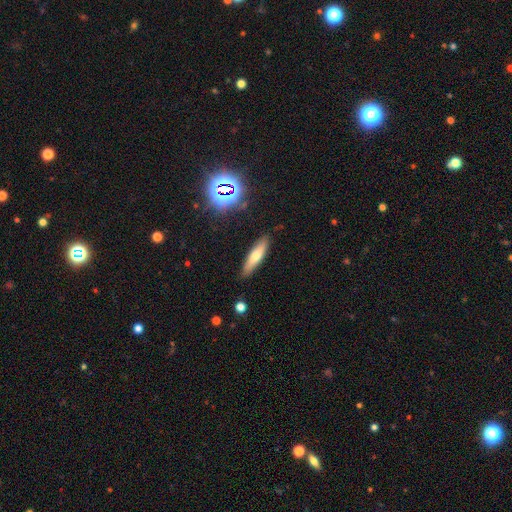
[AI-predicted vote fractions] A smooth galaxy with no disk features (62%) that is cigar-shaped (76%).

Vote fractions:
- Smooth or featured? smooth: 62% / featured or disk: 29% / star or artifact: 9%
- How rounded? cigar-shaped: 76% / in between: 23% / round: 2%
- Merging? none: 87% / minor disturbance: 10% / major disturbance: 2% / merger: 2%